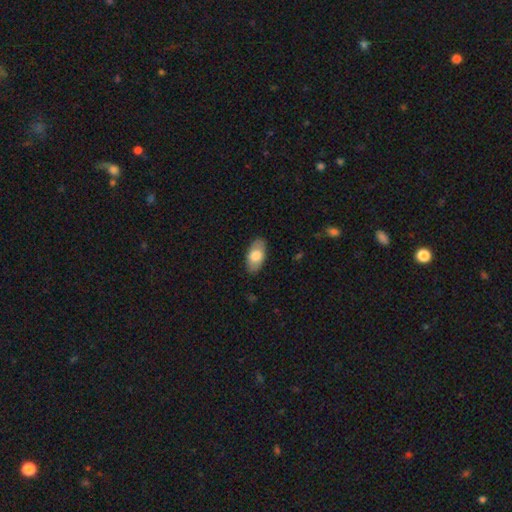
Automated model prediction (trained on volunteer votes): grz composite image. It shows a smooth galaxy with no disk features (75%) that is in between round and cigar-shaped (93%). Merging: none (85%).